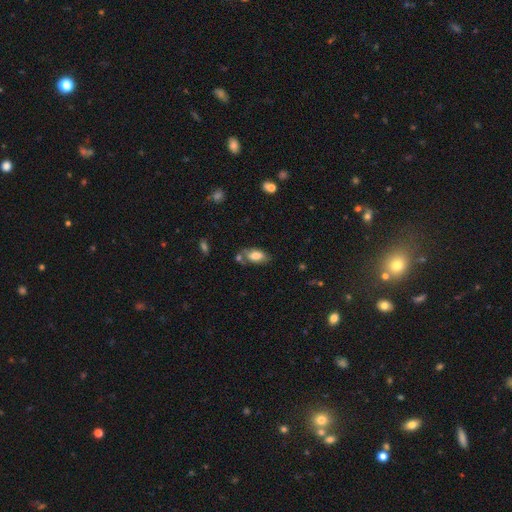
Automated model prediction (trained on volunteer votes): This is likely a smooth galaxy (73%). How rounded: clearly in between (91%). Merging: possibly none (54%).